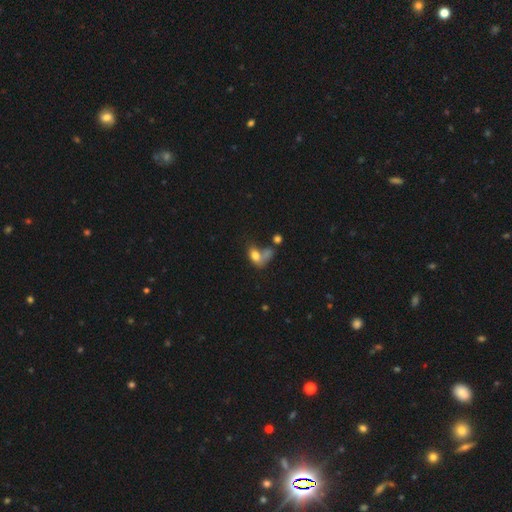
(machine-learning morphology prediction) Smooth or featured? Predicted: smooth (p=0.73). How rounded? Predicted: in between (p=0.80). Merging? Predicted: merger (p=0.45).